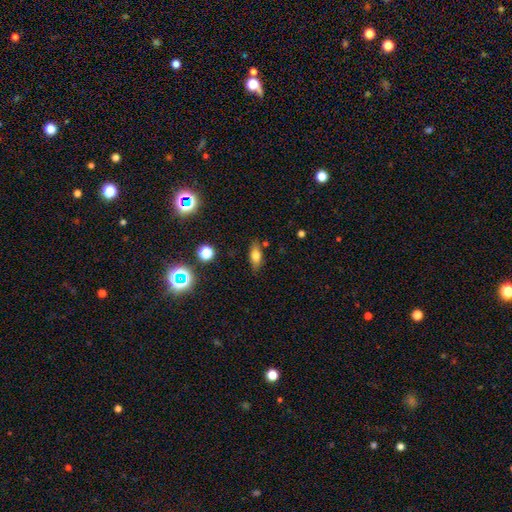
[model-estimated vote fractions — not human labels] Smooth or featured? Predicted: smooth (p=0.69). How rounded? Predicted: in between (p=0.74). Merging? Predicted: none (p=0.81).